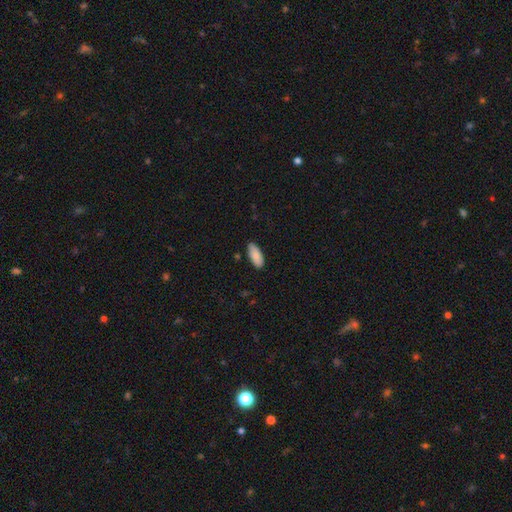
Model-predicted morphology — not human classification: Overall: smooth (88%). How rounded: in between (87%). Merging: none (84%).